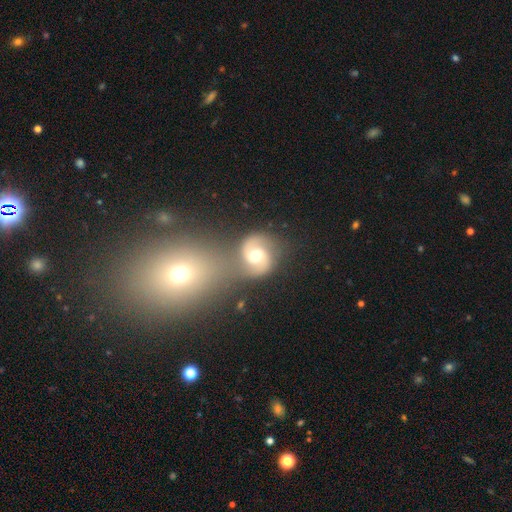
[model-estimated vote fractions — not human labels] Q: Smooth or featured?
A: featured or disk (75%); runner-up: smooth (17%)
Q: Edge-on disk?
A: no (98%); runner-up: yes (2%)
Q: Bar?
A: no (56%); runner-up: weak (35%)
Q: Spiral arms?
A: yes (93%); runner-up: no (7%)
Q: Spiral winding?
A: medium (55%); runner-up: loose (25%)
Q: Spiral arm count?
A: 2 (92%); runner-up: can't tell (3%)
Q: Bulge size?
A: moderate (73%); runner-up: large (17%)
Q: Merging?
A: none (61%); runner-up: merger (20%)